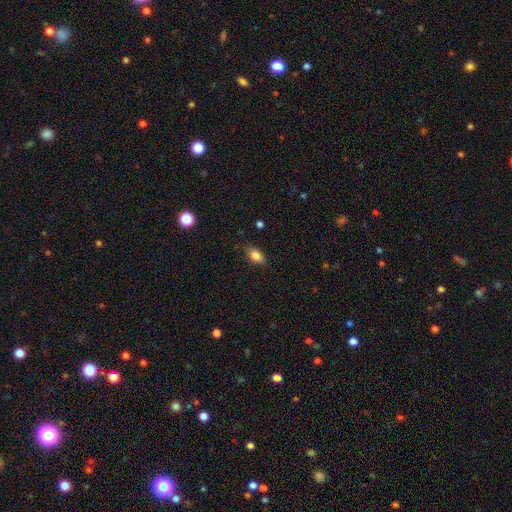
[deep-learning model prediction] Morphology: type=smooth (84%); roundness=in between (86%); merging=none (84%).